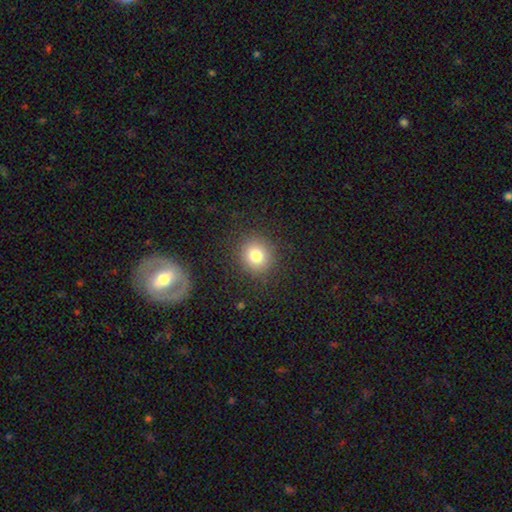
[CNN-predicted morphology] smooth_or_featured: smooth (p=0.79) [alt: star or artifact p=0.12]
how_rounded: round (p=0.87) [alt: in between p=0.12]
merging: none (p=0.89) [alt: minor disturbance p=0.07]